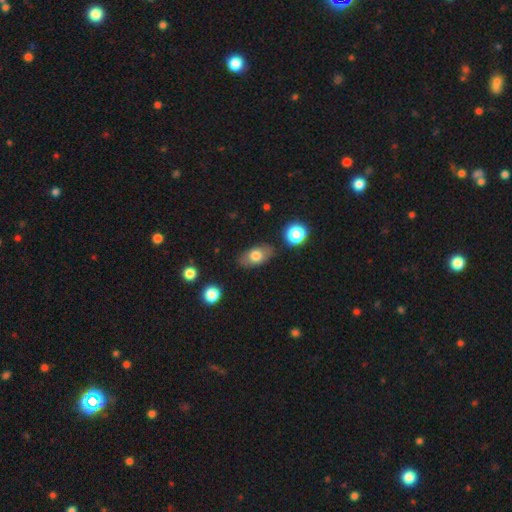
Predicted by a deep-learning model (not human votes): This is likely a smooth galaxy (73%). How rounded: clearly in between (88%). Merging: clearly none (81%).